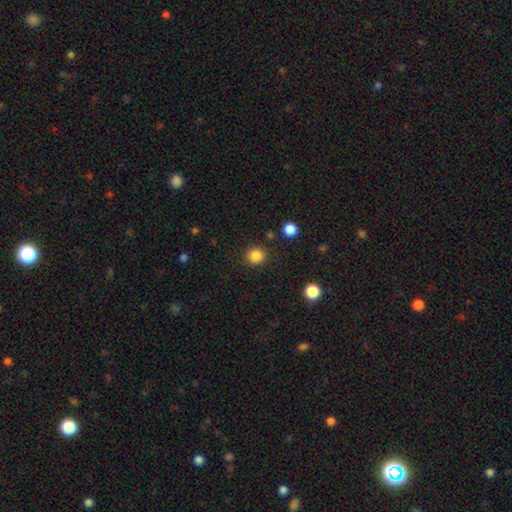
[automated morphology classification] Overall: smooth (85%). How rounded: round (89%). Merging: none (88%).